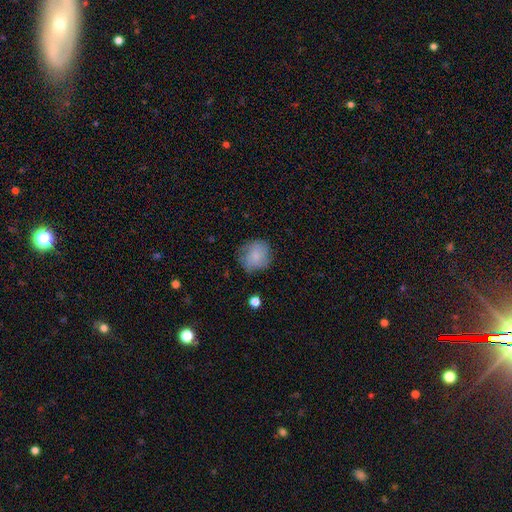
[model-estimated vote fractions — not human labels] This is likely a smooth galaxy (76%). How rounded: clearly round (83%). Merging: likely none (72%).